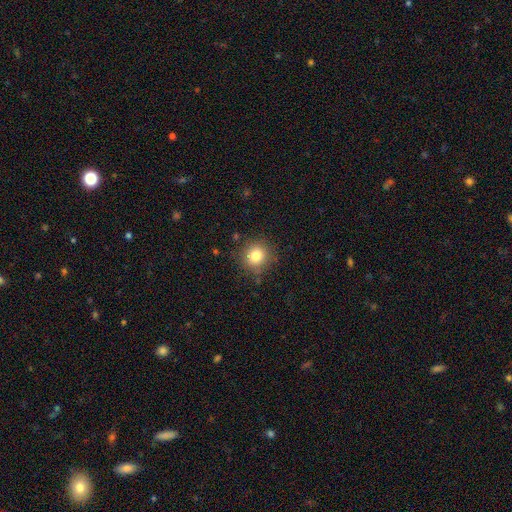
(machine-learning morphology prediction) This appears to be a smooth galaxy with no disk features (82%) that is round (89%). Merging: none (84%).